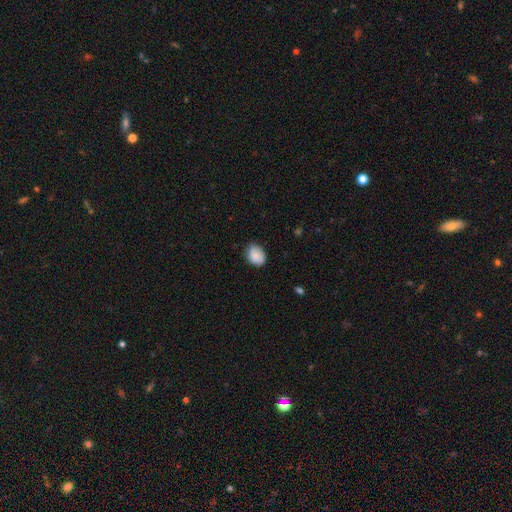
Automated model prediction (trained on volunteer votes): Overall: smooth (86%). How rounded: in between (66%; round 33%). Merging: none (76%).